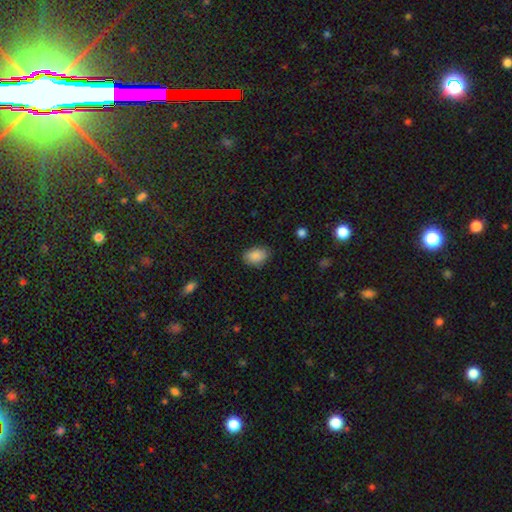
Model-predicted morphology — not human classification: The model was most divided on "how rounded": in between: 82%, round: 16%, cigar-shaped: 1%. More confident: smooth or featured — smooth (88%); merging — none (81%).